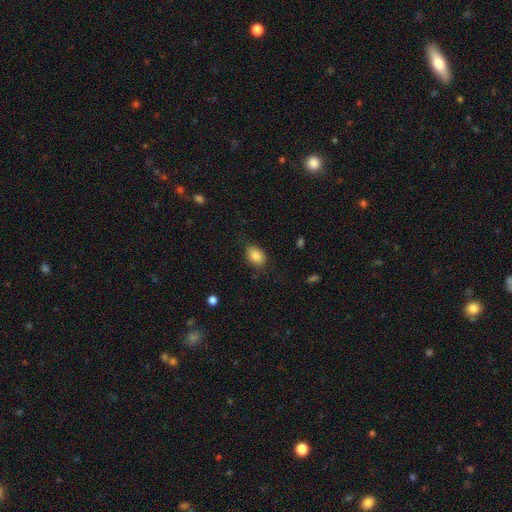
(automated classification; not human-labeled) A smooth galaxy with no disk features (85%) that is in between round and cigar-shaped (80%).

Vote fractions:
- Smooth or featured? smooth: 85% / star or artifact: 8% / featured or disk: 7%
- How rounded? in between: 80% / round: 19% / cigar-shaped: 1%
- Merging? none: 74% / minor disturbance: 20% / major disturbance: 5% / merger: 1%